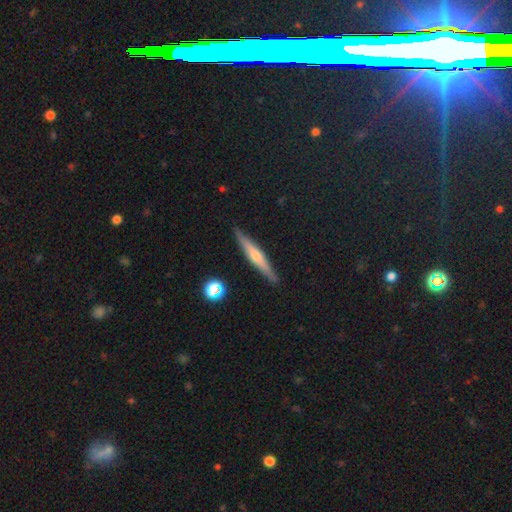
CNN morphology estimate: This appears to be a featured or disk galaxy (58%) viewed edge-on (96%) with a rounded central bulge (70%). Merging: none (90%).